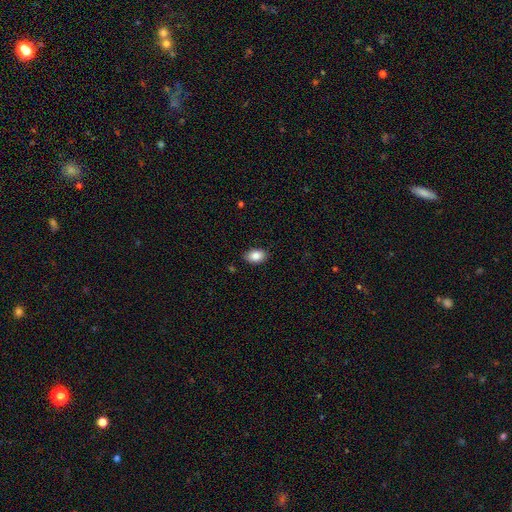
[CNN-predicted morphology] smooth 86%, star or artifact 7%, featured or disk 7%. Down the decision tree: how rounded — in between (89%); merging — none (88%).